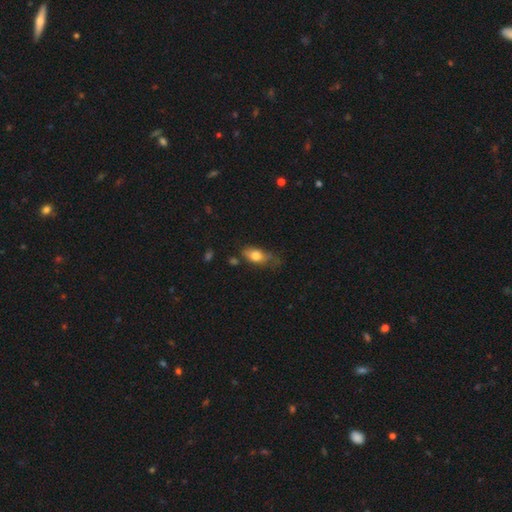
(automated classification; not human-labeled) Overall: smooth (72%). How rounded: in between (80%). Merging: none (42%; minor disturbance 37%).